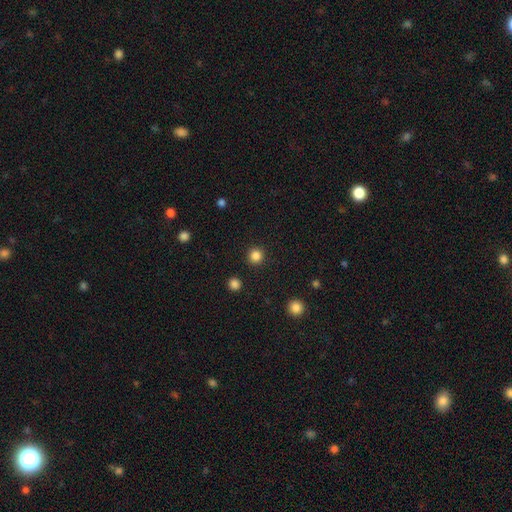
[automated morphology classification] Smooth or featured: smooth — 85% (star or artifact — 12%)
How rounded: round — 95% (in between — 4%)
Merging: none — 92% (minor disturbance — 4%)